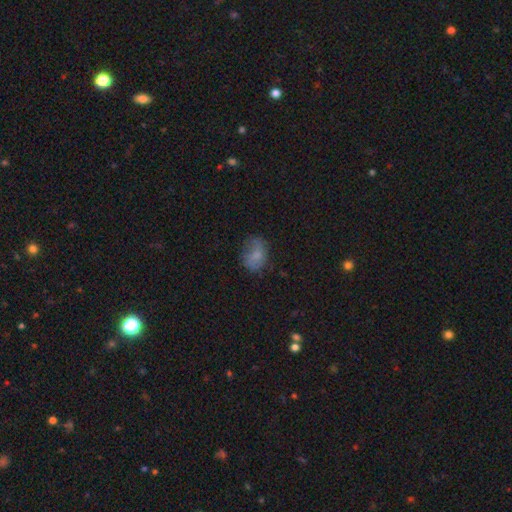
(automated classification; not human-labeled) smooth_or_featured: smooth (p=0.67) [alt: featured or disk p=0.22]
how_rounded: in between (p=0.69) [alt: round p=0.30]
merging: none (p=0.56) [alt: minor disturbance p=0.29]